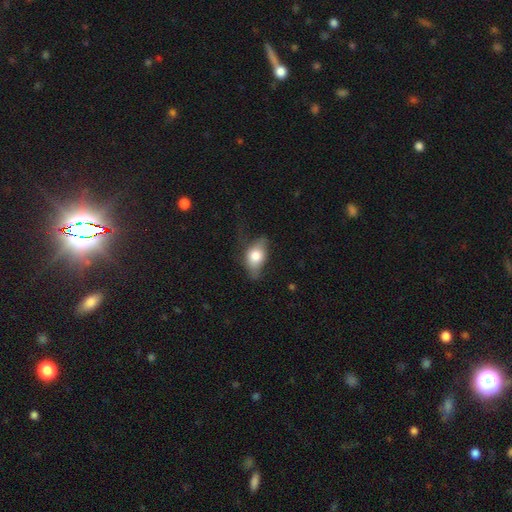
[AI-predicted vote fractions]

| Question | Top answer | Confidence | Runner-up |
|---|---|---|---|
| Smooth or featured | smooth | 67% | featured or disk (25%) |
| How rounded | in between | 78% | round (15%) |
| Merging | none | 46% | minor disturbance (32%) |